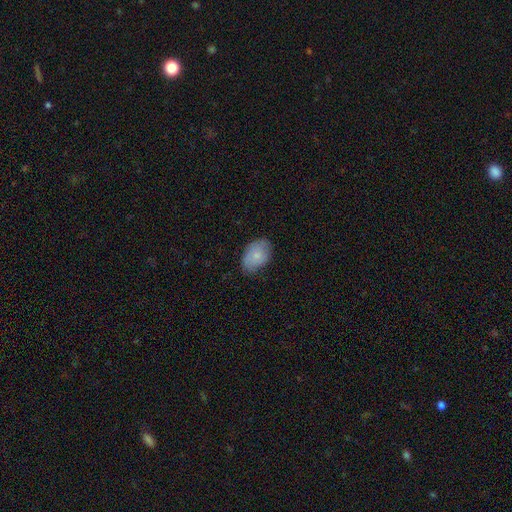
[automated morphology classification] Smooth or featured: smooth — 77% (featured or disk — 16%)
How rounded: in between — 85% (round — 14%)
Merging: none — 71% (minor disturbance — 24%)